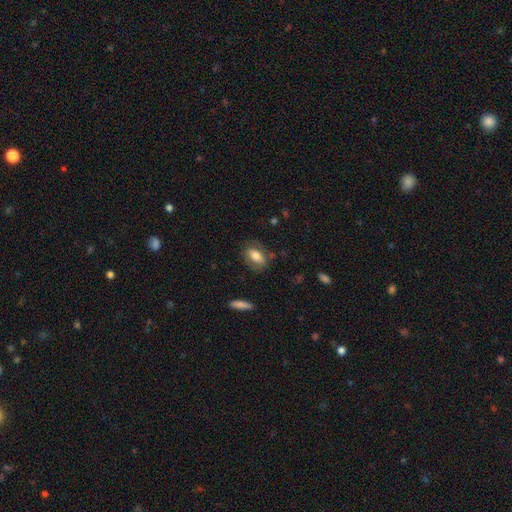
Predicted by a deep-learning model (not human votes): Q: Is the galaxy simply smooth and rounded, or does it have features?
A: smooth — 66%.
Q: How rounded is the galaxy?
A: in between — 84%.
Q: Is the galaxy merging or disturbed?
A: none — 73%.